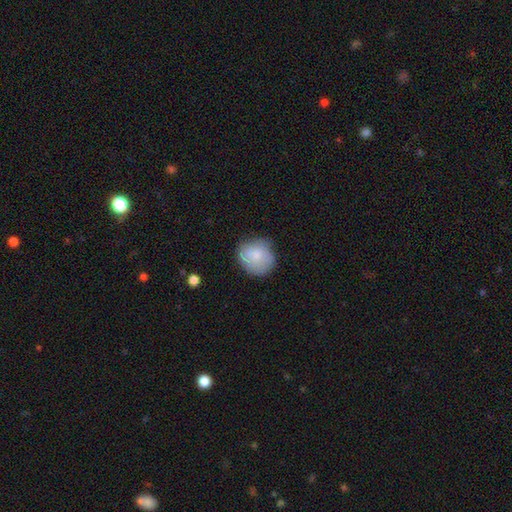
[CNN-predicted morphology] Smooth or featured? smooth (75%)
How rounded? round (79%)
Merging? none (65%)